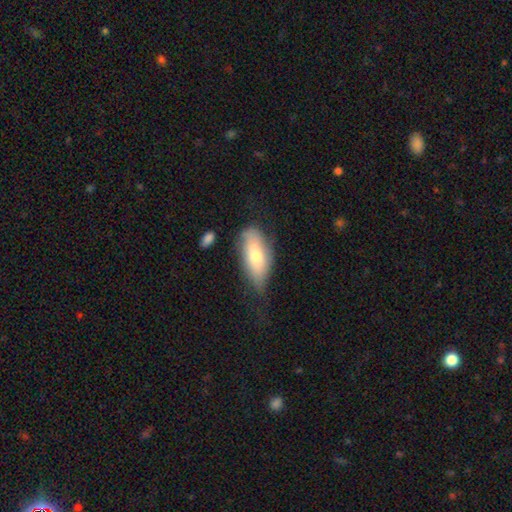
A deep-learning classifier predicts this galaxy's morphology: The model was most divided on "merging": none: 49%, minor disturbance: 35%, major disturbance: 13%, merger: 3%. More confident: how rounded — in between (84%); smooth or featured — smooth (67%).